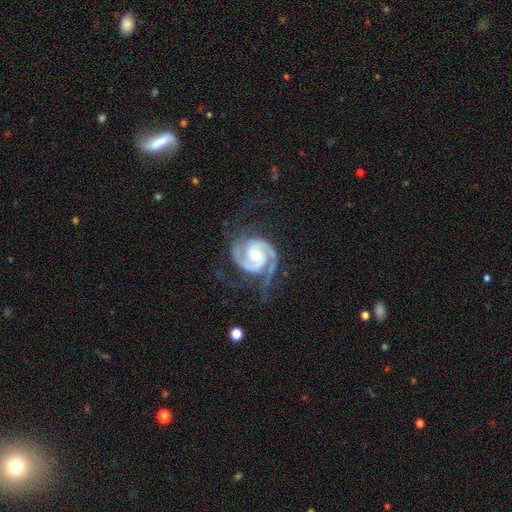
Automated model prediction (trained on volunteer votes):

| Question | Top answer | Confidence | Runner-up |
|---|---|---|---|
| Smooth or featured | featured or disk | 93% | star or artifact (4%) |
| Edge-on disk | no | 98% | yes (2%) |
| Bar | no | 53% | weak (35%) |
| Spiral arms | yes | 99% | no (1%) |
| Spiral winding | tight | 52% | medium (41%) |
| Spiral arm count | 2 | 88% | 3 (5%) |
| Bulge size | moderate | 71% | small (19%) |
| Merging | none | 66% | minor disturbance (21%) |